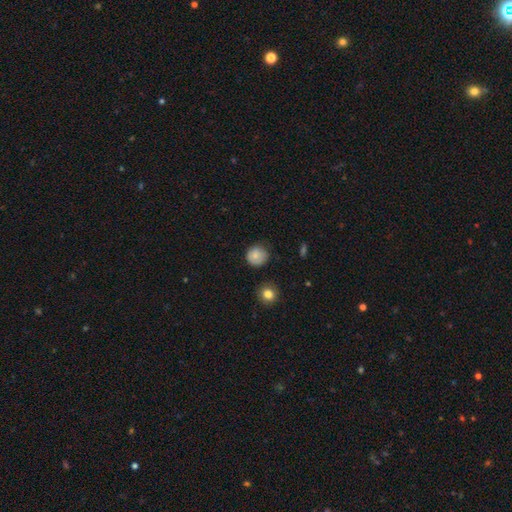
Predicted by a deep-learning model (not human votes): The model was most divided on "merging": none: 75%, minor disturbance: 19%, major disturbance: 4%, merger: 2%. More confident: how rounded — round (90%); smooth or featured — smooth (80%).